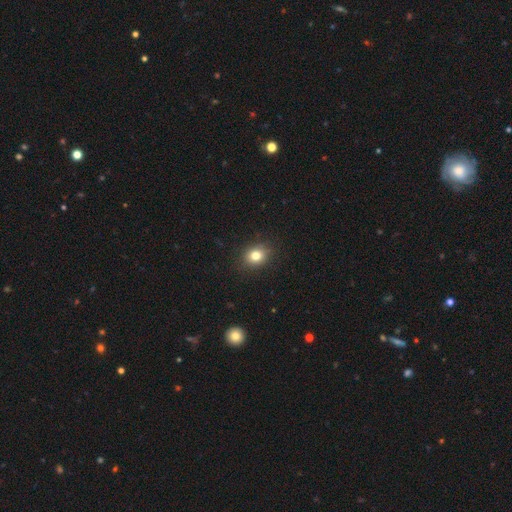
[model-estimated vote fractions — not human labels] Q: Smooth or featured?
A: smooth (80%); runner-up: star or artifact (12%)
Q: How rounded?
A: round (62%); runner-up: in between (37%)
Q: Merging?
A: none (88%); runner-up: minor disturbance (8%)